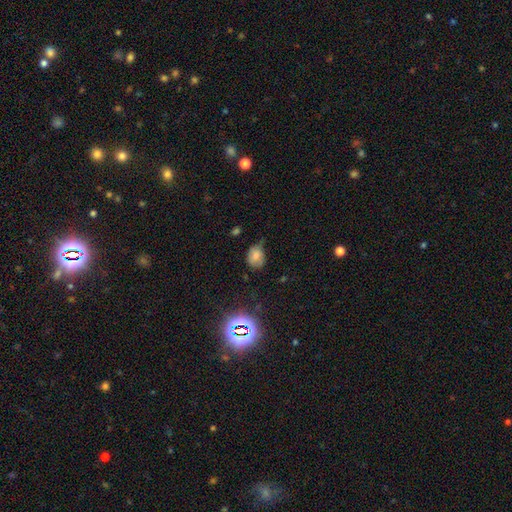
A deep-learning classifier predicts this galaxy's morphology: Overall: smooth (72%). How rounded: in between (53%; round 46%). Merging: none (45%; minor disturbance 41%).